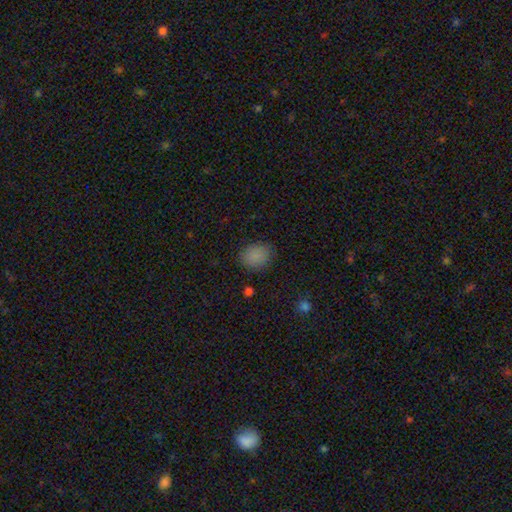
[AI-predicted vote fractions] Smooth or featured? Predicted: smooth (p=0.85). How rounded? Predicted: round (p=0.52). Merging? Predicted: none (p=0.83).